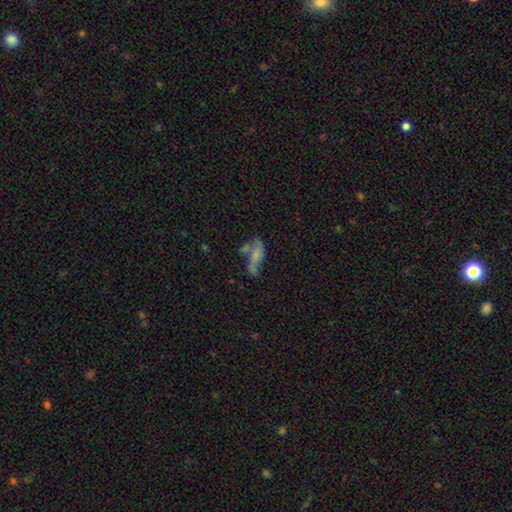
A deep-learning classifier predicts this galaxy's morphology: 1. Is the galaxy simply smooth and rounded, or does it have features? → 46% featured or disk, 41% smooth, 14% star or artifact.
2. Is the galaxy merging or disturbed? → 32% none, 29% merger, 20% major disturbance, 18% minor disturbance.